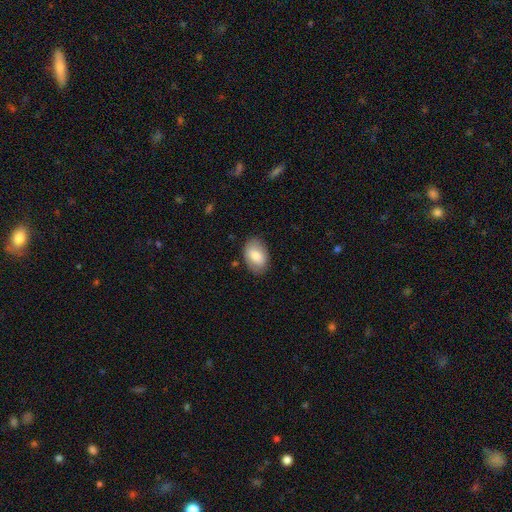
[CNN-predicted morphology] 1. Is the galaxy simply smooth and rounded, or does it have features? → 79% smooth, 15% featured or disk, 6% star or artifact.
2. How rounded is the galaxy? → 89% in between, 10% round, 1% cigar-shaped.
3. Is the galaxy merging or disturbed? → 83% none, 13% minor disturbance, 3% major disturbance, 1% merger.